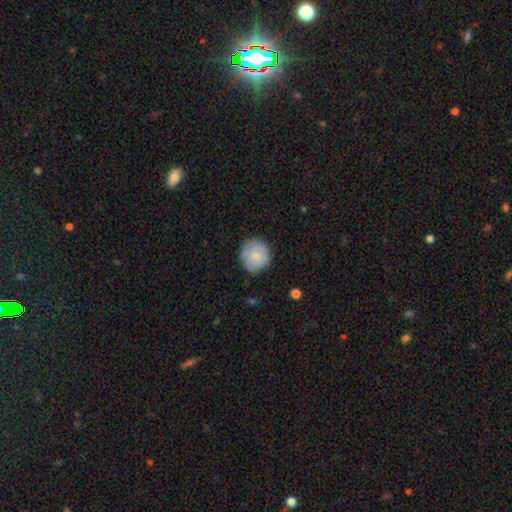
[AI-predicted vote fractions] smooth-or-featured: smooth: 80% | featured or disk: 13% | star or artifact: 7%
  how-rounded: round: 93% | in between: 6% | cigar-shaped: 1%
  merging: none: 82% | minor disturbance: 14% | major disturbance: 3% | merger: 1%